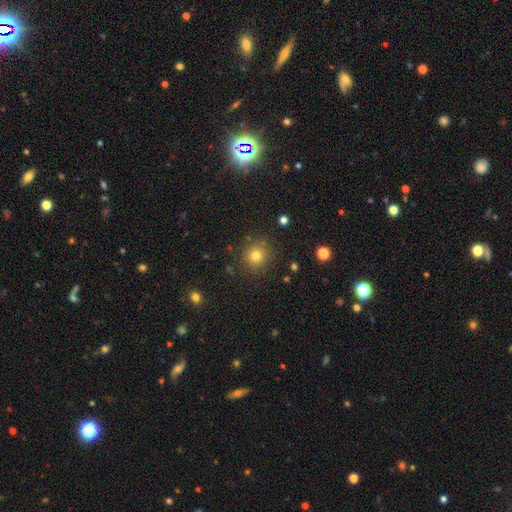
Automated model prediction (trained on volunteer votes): A smooth galaxy with no disk features (78%) that is round (90%).

Vote fractions:
- Smooth or featured? smooth: 78% / star or artifact: 15% / featured or disk: 7%
- How rounded? round: 90% / in between: 9% / cigar-shaped: 1%
- Merging? none: 87% / minor disturbance: 8% / major disturbance: 3% / merger: 2%